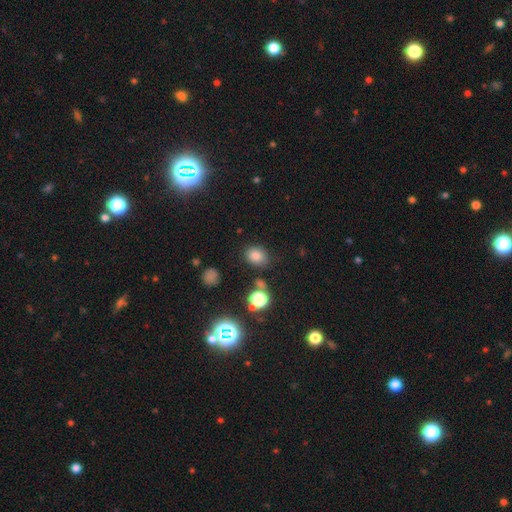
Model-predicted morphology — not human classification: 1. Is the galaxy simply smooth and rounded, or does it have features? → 76% smooth, 17% star or artifact, 7% featured or disk.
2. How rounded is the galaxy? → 51% in between, 48% round, 1% cigar-shaped.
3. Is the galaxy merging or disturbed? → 77% none, 14% minor disturbance, 5% merger, 4% major disturbance.